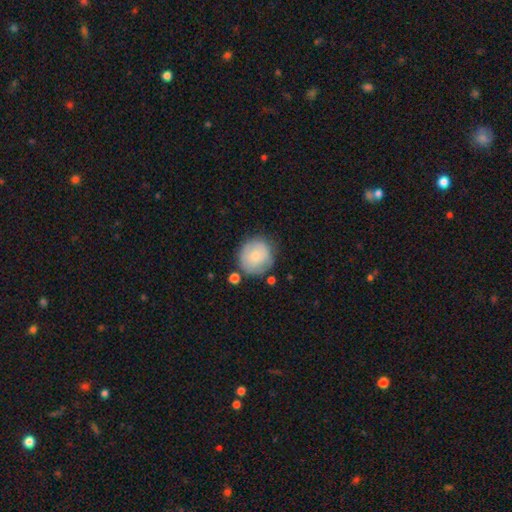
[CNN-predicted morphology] Smooth or featured? Predicted: smooth (p=0.68). How rounded? Predicted: round (p=0.90). Merging? Predicted: none (p=0.70).